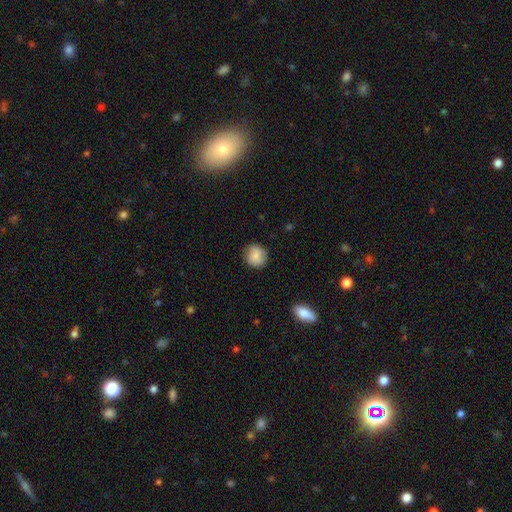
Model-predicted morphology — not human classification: The model was most divided on "merging": none: 86%, minor disturbance: 10%, major disturbance: 3%, merger: 1%. More confident: how rounded — round (89%); smooth or featured — smooth (84%).